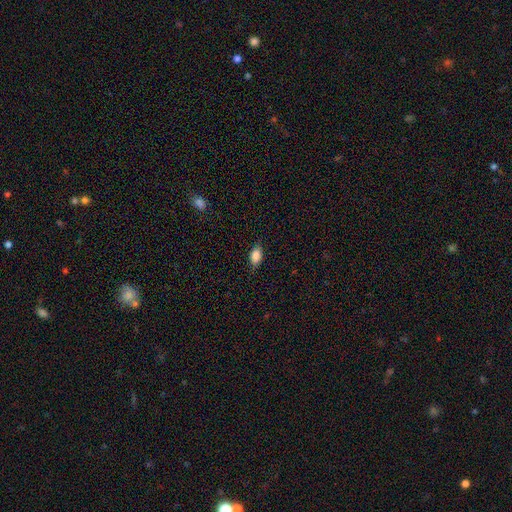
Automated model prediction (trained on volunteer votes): Smooth or featured? Predicted: smooth (p=0.84). How rounded? Predicted: in between (p=0.87). Merging? Predicted: none (p=0.80).